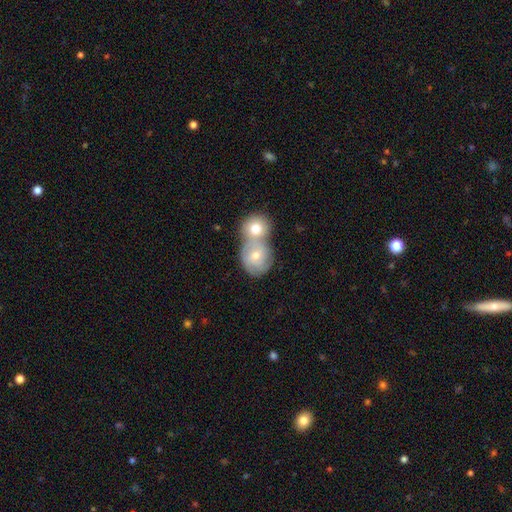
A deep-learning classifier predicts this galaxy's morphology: Q: Smooth or featured?
A: smooth (60%); runner-up: featured or disk (32%)
Q: How rounded?
A: round (73%); runner-up: in between (26%)
Q: Merging?
A: merger (64%); runner-up: none (25%)